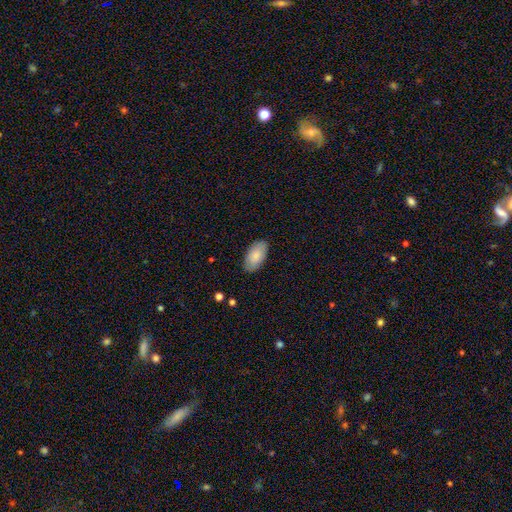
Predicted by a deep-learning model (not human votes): Morphology: type=smooth (83%); roundness=in between (95%); merging=none (86%).